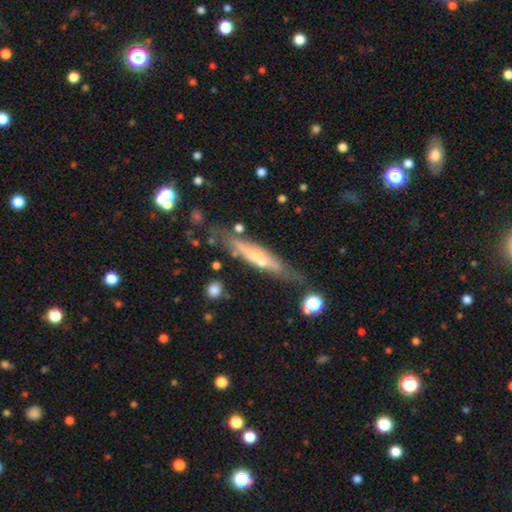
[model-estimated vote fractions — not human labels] A featured or disk galaxy (63%) viewed edge-on (76%). Merging: none (66%).